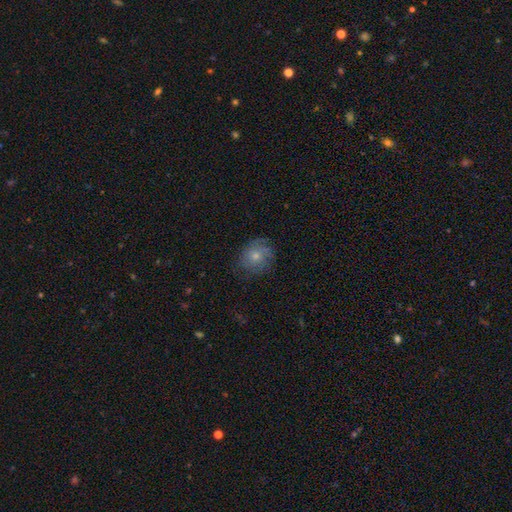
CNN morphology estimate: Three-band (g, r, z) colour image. It shows a featured or disk galaxy (50%). Merging: none (75%).